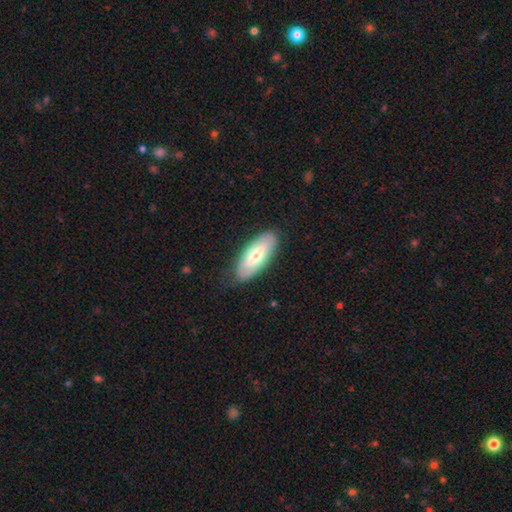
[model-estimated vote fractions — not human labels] smooth 49%, featured or disk 46%, star or artifact 5%. Down the decision tree: merging — none (83%).